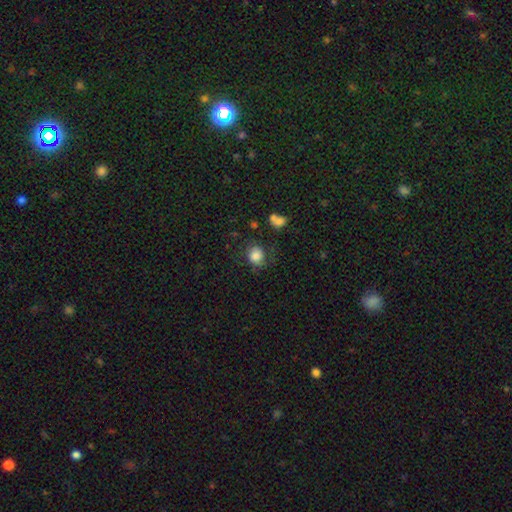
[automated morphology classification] A smooth galaxy with no disk features (78%) that is round (73%). Merging: none (59%).